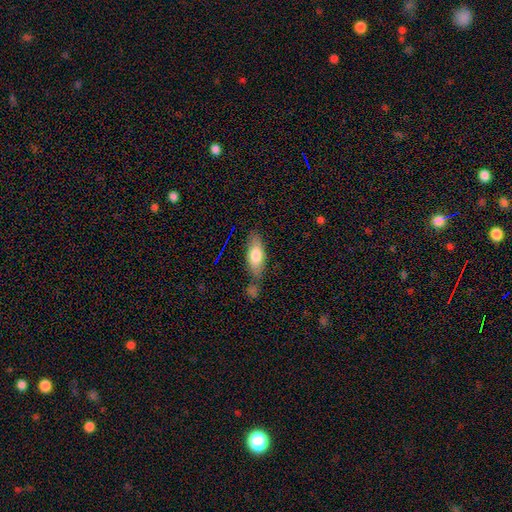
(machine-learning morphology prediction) Smooth or featured?
  - smooth: 73% *
  - featured or disk: 21%
  - star or artifact: 6%
How rounded?
  - in between: 70% *
  - cigar-shaped: 27%
  - round: 3%
Merging?
  - none: 66% *
  - minor disturbance: 17%
  - merger: 12%
  - major disturbance: 5%